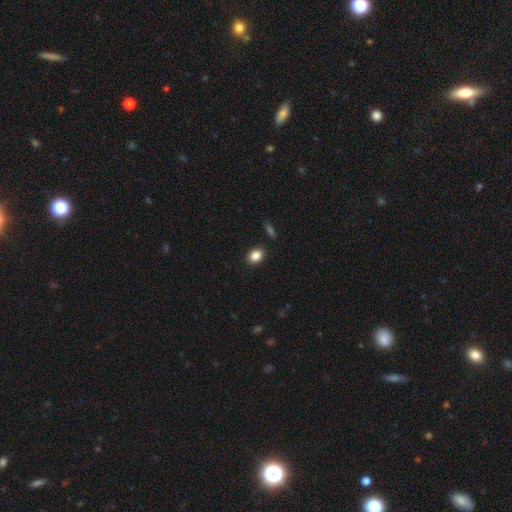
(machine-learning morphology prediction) Q: Smooth or featured?
A: smooth (86%); runner-up: star or artifact (9%)
Q: How rounded?
A: in between (69%); runner-up: round (30%)
Q: Merging?
A: none (88%); runner-up: minor disturbance (8%)